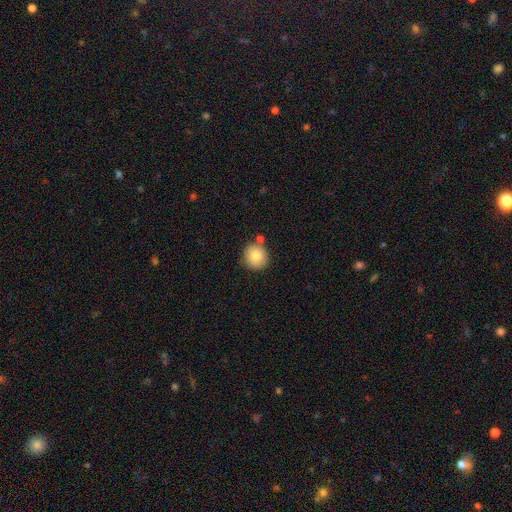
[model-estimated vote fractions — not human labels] Overall: smooth (84%). How rounded: round (89%). Merging: none (77%).